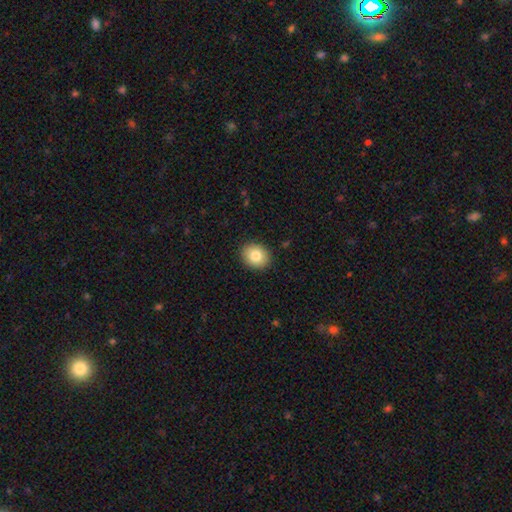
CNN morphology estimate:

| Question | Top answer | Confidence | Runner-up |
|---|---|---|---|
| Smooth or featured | smooth | 82% | star or artifact (9%) |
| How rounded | round | 64% | in between (35%) |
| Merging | none | 90% | minor disturbance (7%) |